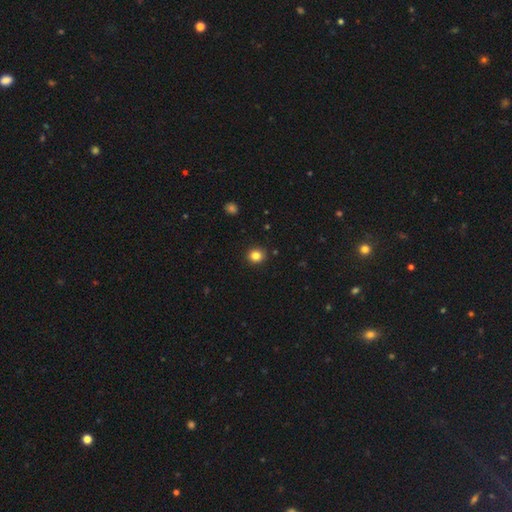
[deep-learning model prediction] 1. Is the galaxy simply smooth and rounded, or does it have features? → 83% smooth, 12% star or artifact, 5% featured or disk.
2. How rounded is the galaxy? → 86% round, 13% in between, 1% cigar-shaped.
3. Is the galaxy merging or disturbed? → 91% none, 6% minor disturbance, 2% major disturbance, 1% merger.